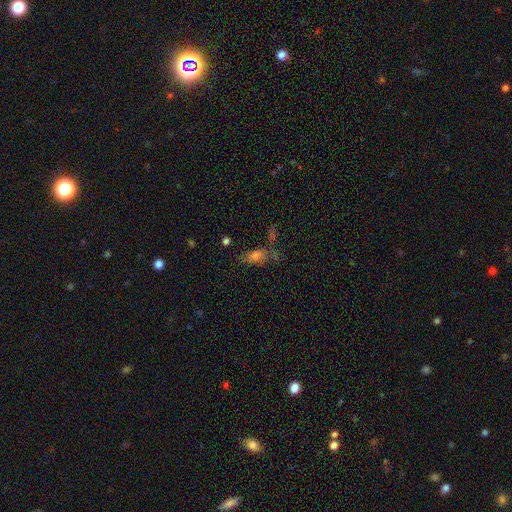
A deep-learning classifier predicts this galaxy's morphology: This is likely a smooth galaxy (65%). How rounded: likely in between (75%). Merging: possibly none (48%).